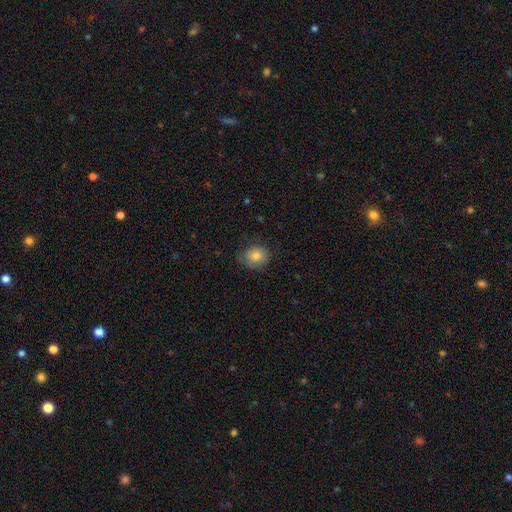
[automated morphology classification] Smooth or featured? Predicted: smooth (p=0.82). How rounded? Predicted: round (p=0.71). Merging? Predicted: none (p=0.75).